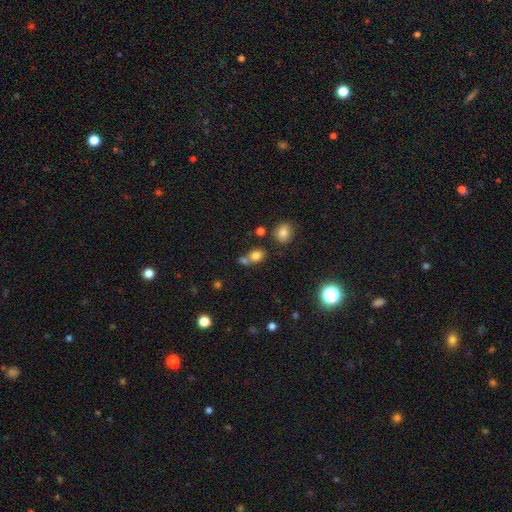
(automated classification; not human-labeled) Smooth or featured? Predicted: smooth (p=0.77). How rounded? Predicted: round (p=0.53). Merging? Predicted: none (p=0.47).